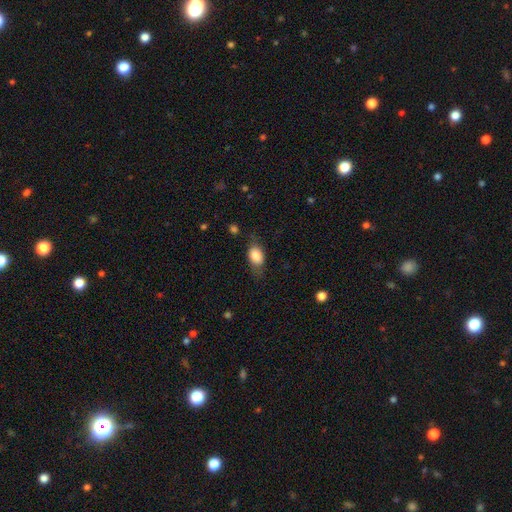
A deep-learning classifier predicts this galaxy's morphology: A smooth galaxy with no disk features (78%) that is in between round and cigar-shaped (82%).

Vote fractions:
- Smooth or featured? smooth: 78% / featured or disk: 14% / star or artifact: 7%
- How rounded? in between: 82% / round: 13% / cigar-shaped: 5%
- Merging? none: 65% / minor disturbance: 24% / major disturbance: 10% / merger: 2%